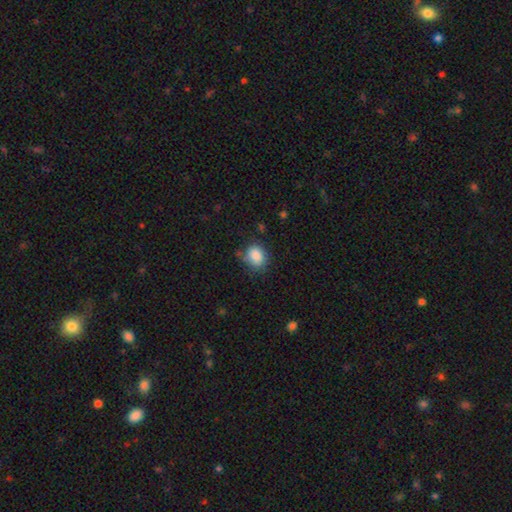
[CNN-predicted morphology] smooth 87%, star or artifact 9%, featured or disk 4%. Down the decision tree: how rounded — round (52%); merging — none (72%).